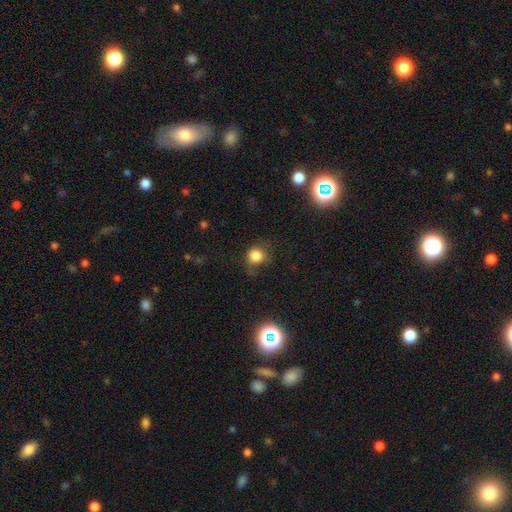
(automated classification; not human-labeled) smooth_or_featured: smooth (p=0.79) [alt: star or artifact p=0.13]
how_rounded: round (p=0.83) [alt: in between p=0.16]
merging: none (p=0.55) [alt: minor disturbance p=0.27]